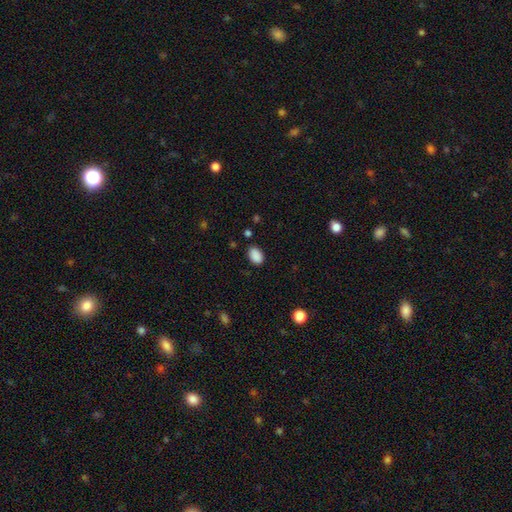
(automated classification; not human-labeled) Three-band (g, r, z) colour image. It shows a smooth galaxy with no disk features (88%) that is in between round and cigar-shaped (87%). Merging: none (83%).